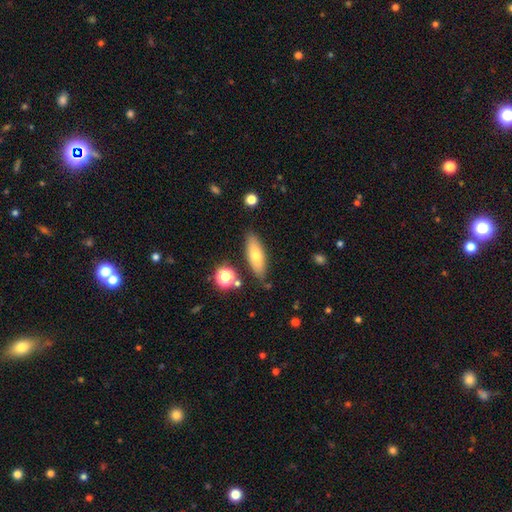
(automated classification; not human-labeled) smooth-or-featured: smooth: 68% | featured or disk: 25% | star or artifact: 8%
  how-rounded: in between: 56% | cigar-shaped: 41% | round: 3%
  merging: none: 82% | minor disturbance: 12% | merger: 3% | major disturbance: 3%